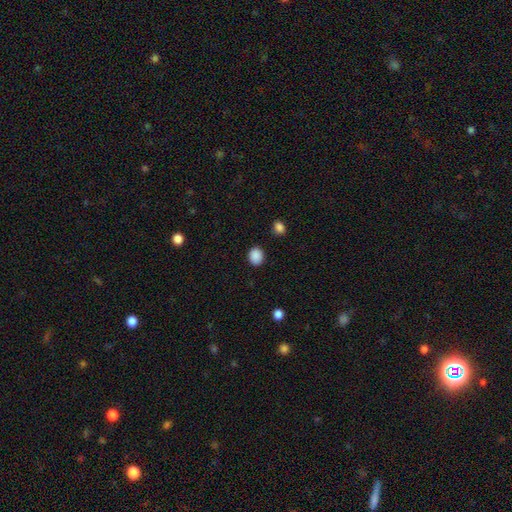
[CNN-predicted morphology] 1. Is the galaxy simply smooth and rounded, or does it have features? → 89% smooth, 9% star or artifact, 3% featured or disk.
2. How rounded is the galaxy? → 60% round, 39% in between, 1% cigar-shaped.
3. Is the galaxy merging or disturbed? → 88% none, 8% minor disturbance, 2% major disturbance, 2% merger.